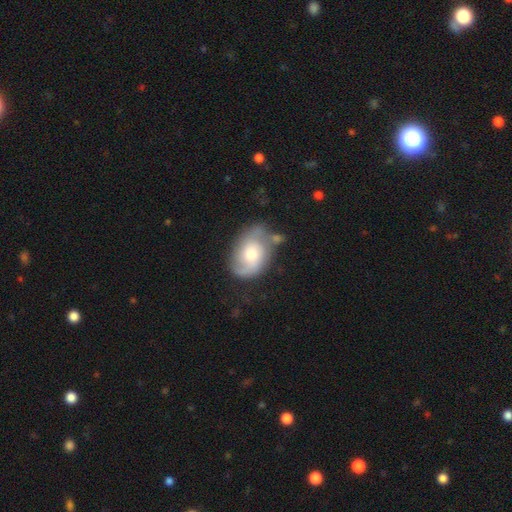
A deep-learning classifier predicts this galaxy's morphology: Overall: featured or disk (61%; smooth 32%). Edge-on disk: no (96%). Bar: no (71%). Spiral arms: yes (85%). Spiral arm count: 2 (69%). Spiral winding: medium (42%; loose 34%). Bulge size: moderate (61%; small 21%). Merging: none (53%; minor disturbance 25%).